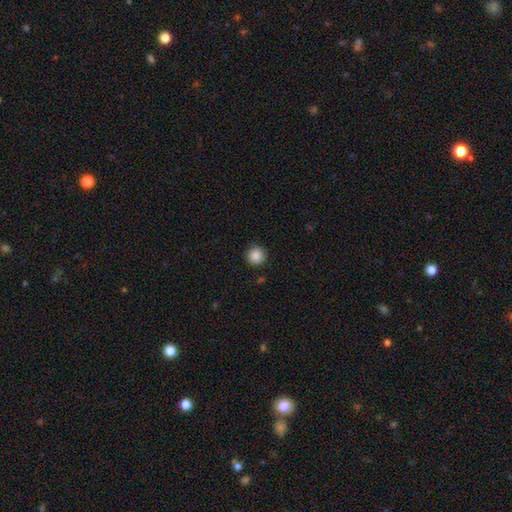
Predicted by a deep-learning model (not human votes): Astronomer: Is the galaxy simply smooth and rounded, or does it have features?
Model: smooth — 88%.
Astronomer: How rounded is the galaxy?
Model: round — 95%.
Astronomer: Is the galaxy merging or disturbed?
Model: none — 90%.